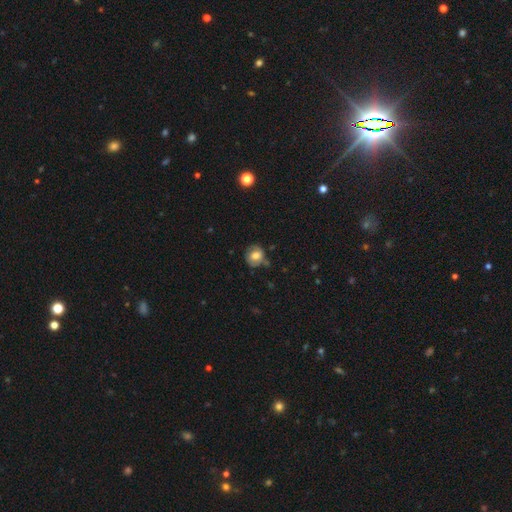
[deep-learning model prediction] This is likely a smooth galaxy (62%). How rounded: likely round (74%). Merging: likely none (66%).